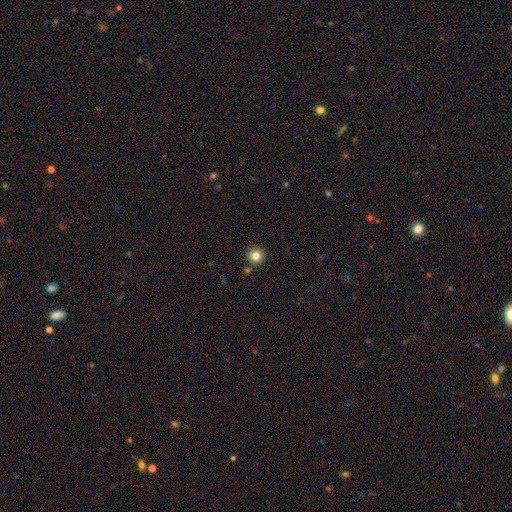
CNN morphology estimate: Smooth or featured: smooth — 82% (star or artifact — 12%)
How rounded: round — 95% (in between — 4%)
Merging: none — 86% (minor disturbance — 7%)